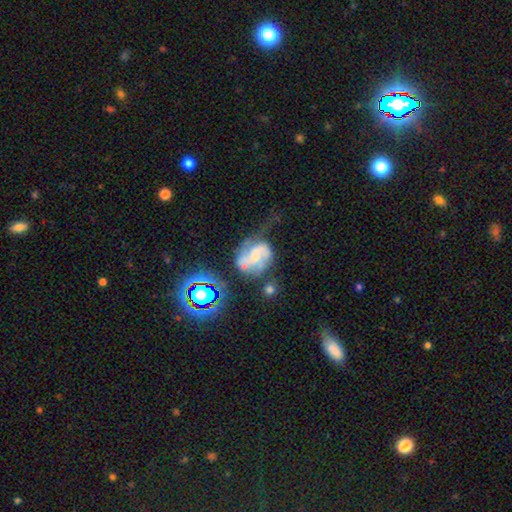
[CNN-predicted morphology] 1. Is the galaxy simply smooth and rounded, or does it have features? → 69% featured or disk, 20% smooth, 10% star or artifact.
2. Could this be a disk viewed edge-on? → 97% no, 3% yes.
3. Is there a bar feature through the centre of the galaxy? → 52% no, 37% weak, 11% strong.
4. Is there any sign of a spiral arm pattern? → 85% yes, 15% no.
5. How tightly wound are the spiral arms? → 45% medium, 33% loose, 21% tight.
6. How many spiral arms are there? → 71% 2, 15% can't tell, 6% 3, 5% 1, 2% 4, 2% more than 4.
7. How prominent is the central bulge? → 46% small, 40% moderate, 9% none, 4% large, 1% dominant.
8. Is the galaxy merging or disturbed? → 34% none, 27% major disturbance, 26% minor disturbance, 13% merger.